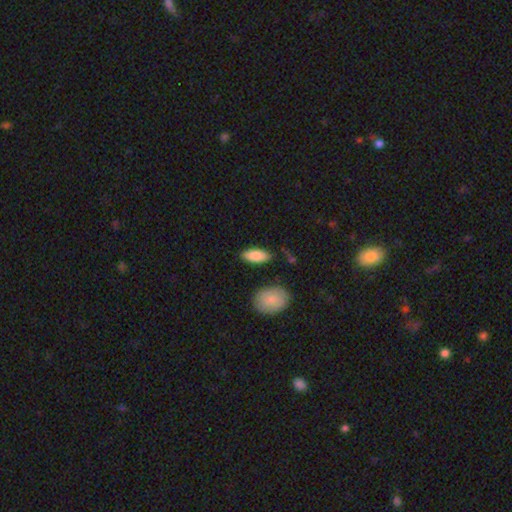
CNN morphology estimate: Overall: smooth (86%). How rounded: in between (86%). Merging: none (83%).